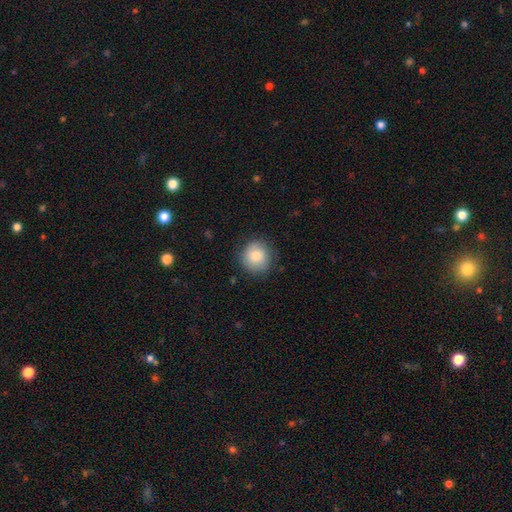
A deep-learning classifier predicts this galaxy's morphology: This appears to be a smooth galaxy with no disk features (80%) that is round (89%). Merging: none (84%).